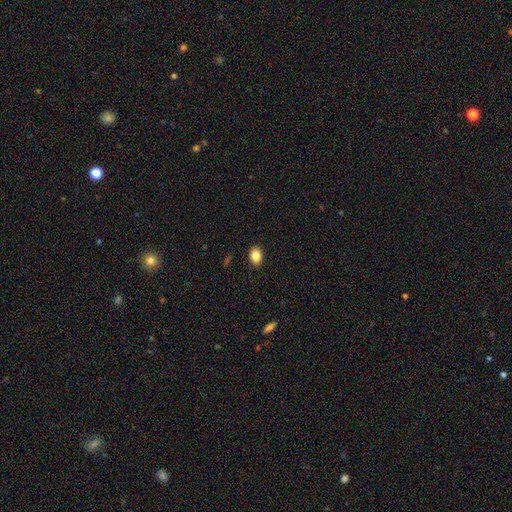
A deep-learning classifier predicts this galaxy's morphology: Smooth or featured: smooth — 86% (star or artifact — 9%)
How rounded: in between — 76% (round — 22%)
Merging: none — 89% (minor disturbance — 8%)